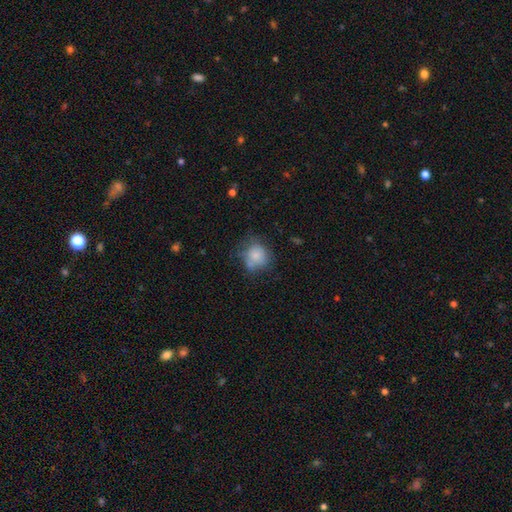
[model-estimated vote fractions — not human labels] A smooth galaxy with no disk features (75%) that is round (76%). Merging: none (51%).